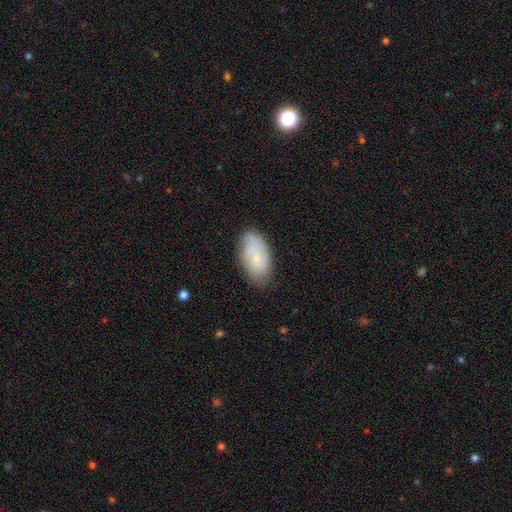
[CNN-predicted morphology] Overall: smooth (51%; featured or disk 41%). How rounded: in between (93%). Merging: none (74%).